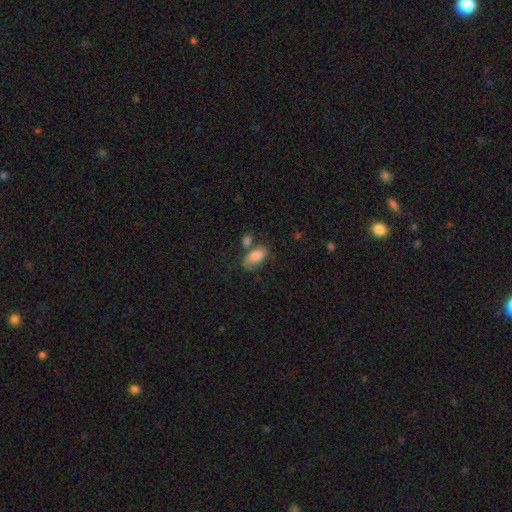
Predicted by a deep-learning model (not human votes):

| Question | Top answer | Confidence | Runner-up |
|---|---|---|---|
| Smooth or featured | smooth | 80% | featured or disk (12%) |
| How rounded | in between | 92% | round (5%) |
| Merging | none | 40% | minor disturbance (24%) |